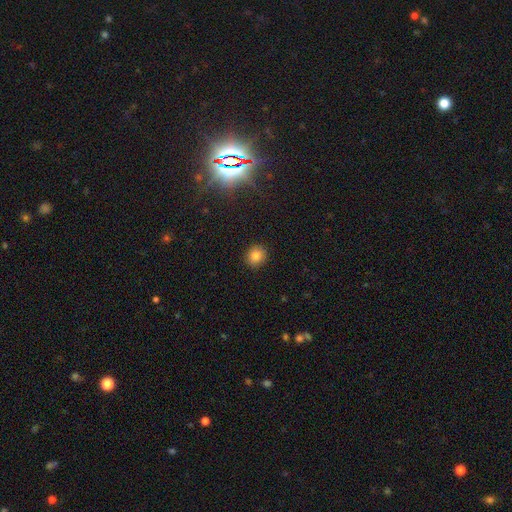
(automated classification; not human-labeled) Smooth or featured? Predicted: smooth (p=0.82). How rounded? Predicted: round (p=0.82). Merging? Predicted: none (p=0.90).